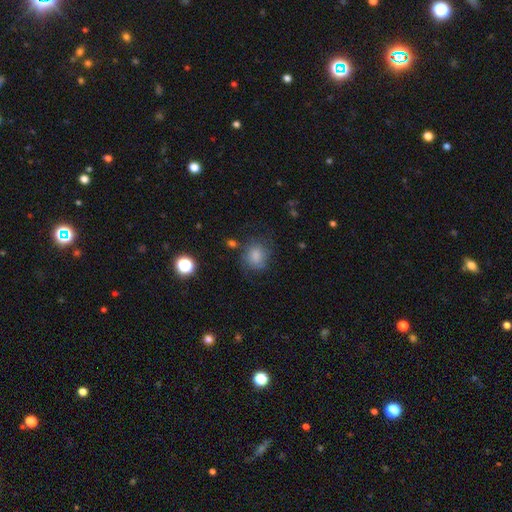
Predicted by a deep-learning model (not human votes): Q: Smooth or featured?
A: smooth (76%); runner-up: featured or disk (13%)
Q: How rounded?
A: round (64%); runner-up: in between (35%)
Q: Merging?
A: none (62%); runner-up: minor disturbance (23%)